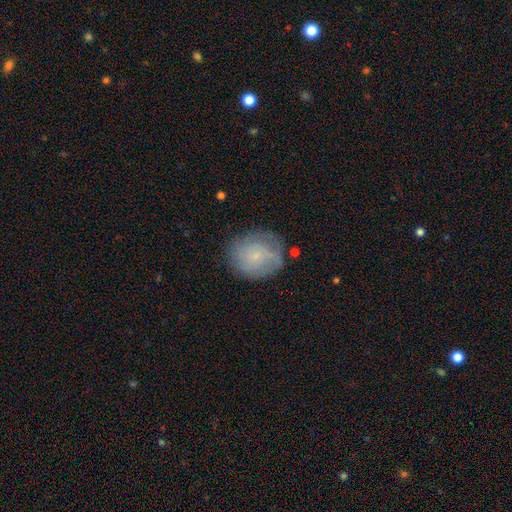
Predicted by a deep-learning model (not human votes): Smooth or featured? smooth (50%)
How rounded? round (72%)
Merging? none (70%)